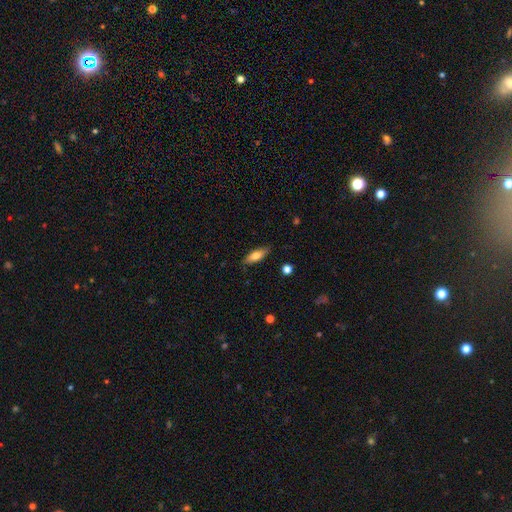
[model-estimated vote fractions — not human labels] Smooth or featured? smooth (74%)
How rounded? in between (60%)
Merging? none (83%)